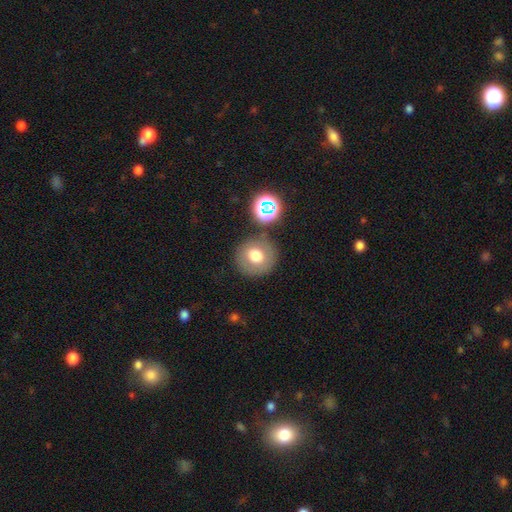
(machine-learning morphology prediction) This is likely a smooth galaxy (69%). How rounded: clearly round (92%). Merging: likely none (79%).